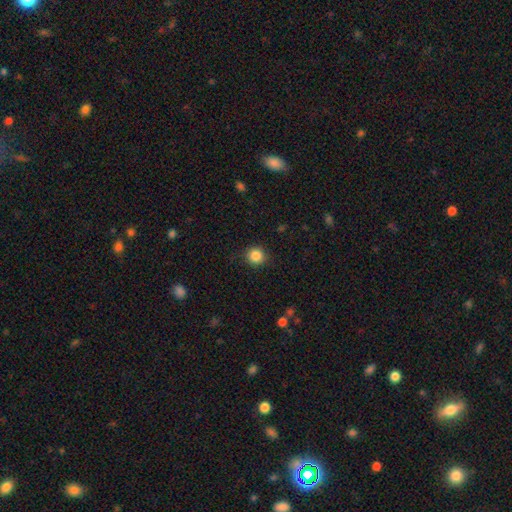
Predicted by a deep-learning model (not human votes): Smooth or featured? smooth (86%)
How rounded? round (93%)
Merging? none (90%)